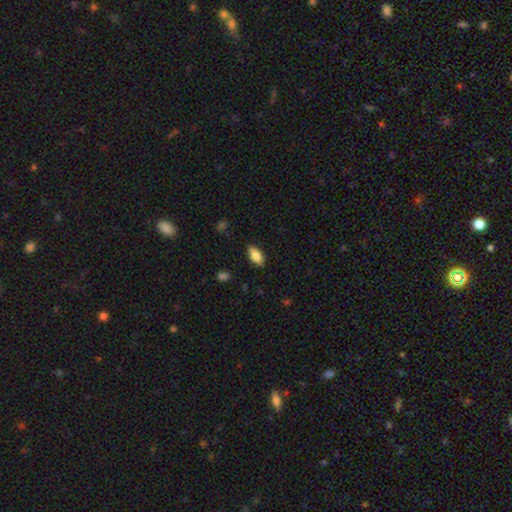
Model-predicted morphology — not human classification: The model was most divided on "smooth or featured": smooth: 82%, featured or disk: 11%, star or artifact: 7%. More confident: how rounded — in between (88%); merging — none (86%).